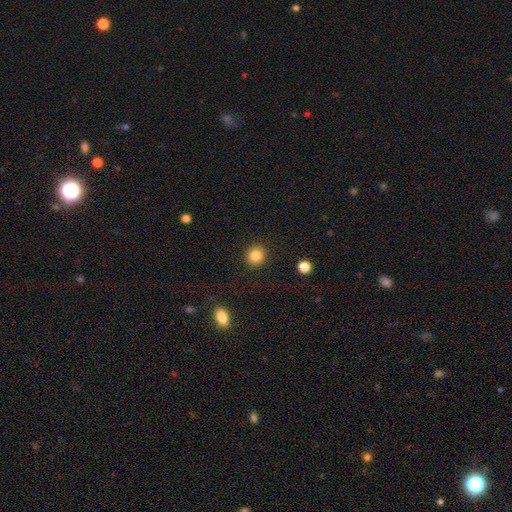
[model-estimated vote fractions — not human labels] smooth_or_featured: smooth (p=0.85) [alt: star or artifact p=0.11]
how_rounded: round (p=0.91) [alt: in between p=0.08]
merging: none (p=0.91) [alt: minor disturbance p=0.05]